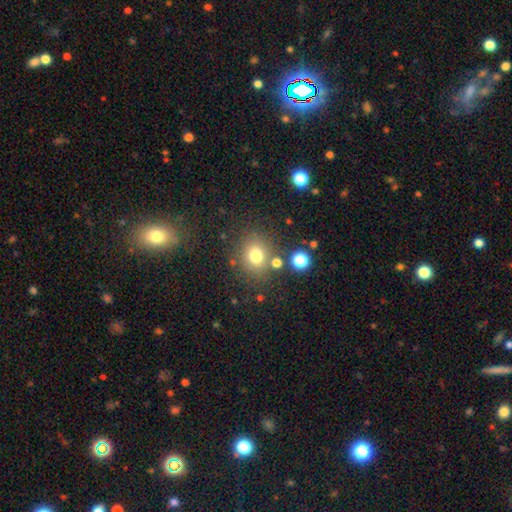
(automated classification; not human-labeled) This appears to be a smooth galaxy with no disk features (73%) that is round (77%). Merging: none (75%).